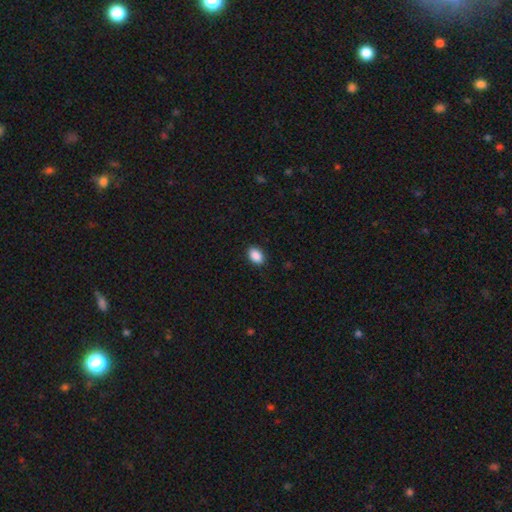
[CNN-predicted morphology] A smooth galaxy with no disk features (90%) that is in between round and cigar-shaped (83%).

Vote fractions:
- Smooth or featured? smooth: 90% / star or artifact: 8% / featured or disk: 3%
- How rounded? in between: 83% / round: 16% / cigar-shaped: 1%
- Merging? none: 89% / minor disturbance: 8% / major disturbance: 2% / merger: 1%